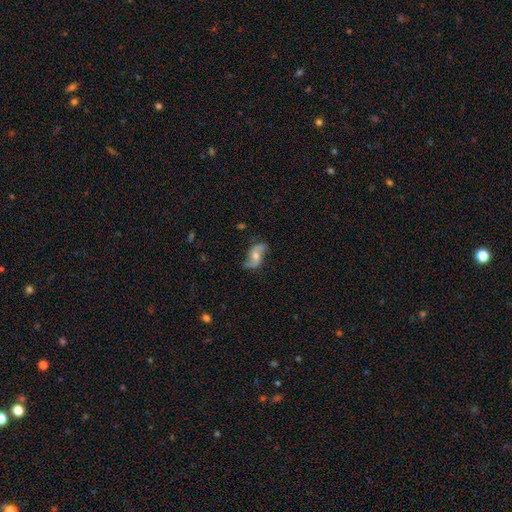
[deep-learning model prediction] Smooth or featured?
  - featured or disk: 79% *
  - smooth: 15%
  - star or artifact: 7%
Edge-on disk?
  - no: 95% *
  - yes: 5%
Bar?
  - no: 60% *
  - weak: 30%
  - strong: 9%
Spiral arms?
  - yes: 93% *
  - no: 7%
Spiral winding?
  - loose: 74% *
  - medium: 20%
  - tight: 6%
Spiral arm count?
  - 2: 92% *
  - can't tell: 3%
  - 1: 2%
  - 3: 1%
  - 4: 1%
  - more than 4: 1%
Bulge size?
  - moderate: 66% *
  - small: 26%
  - large: 5%
  - none: 2%
  - dominant: 1%
Merging?
  - none: 75% *
  - minor disturbance: 17%
  - major disturbance: 6%
  - merger: 2%